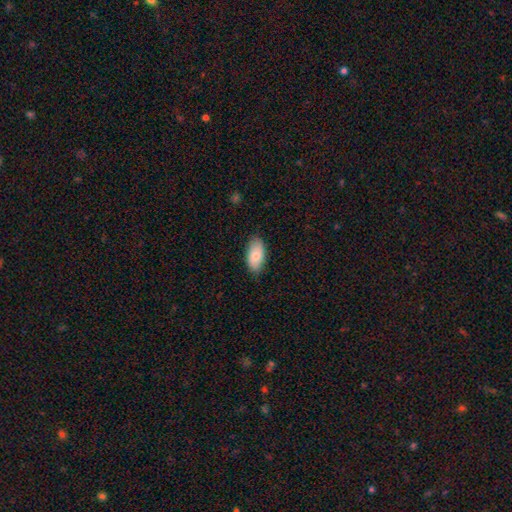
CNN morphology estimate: A smooth galaxy with no disk features (81%) that is in between round and cigar-shaped (93%). Merging: none (82%).